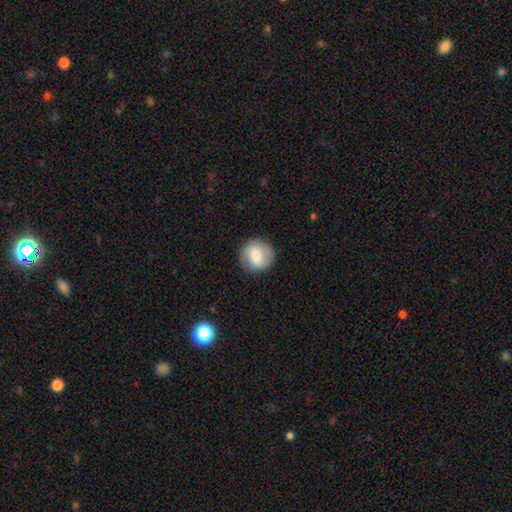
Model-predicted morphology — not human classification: type=smooth (60%); roundness=round (91%); merging=none (86%).